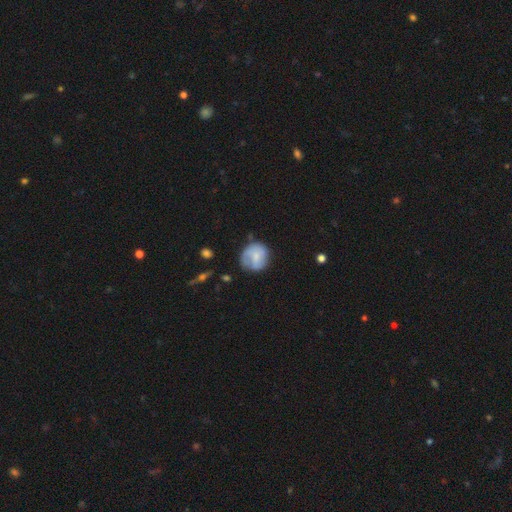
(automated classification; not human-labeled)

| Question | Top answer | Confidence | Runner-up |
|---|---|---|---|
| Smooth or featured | smooth | 58% | featured or disk (35%) |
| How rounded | round | 84% | in between (15%) |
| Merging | none | 60% | minor disturbance (26%) |